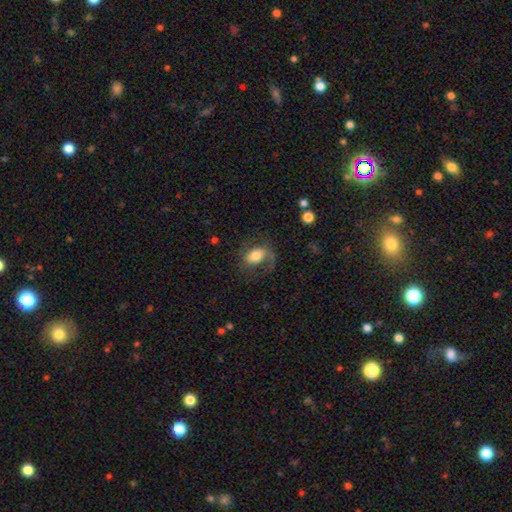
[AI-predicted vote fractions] This appears to be a smooth galaxy with no disk features (47%). Merging: none (54%).